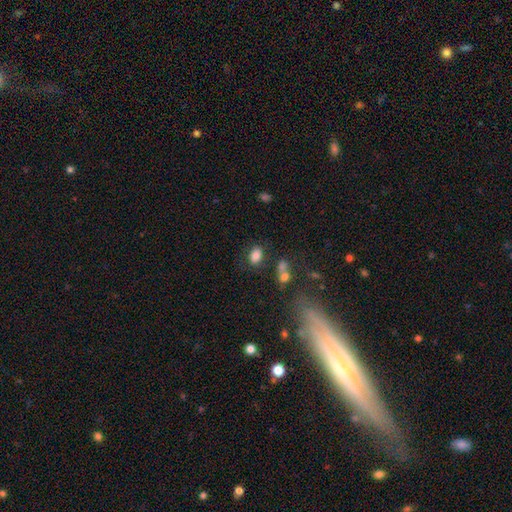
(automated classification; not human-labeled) Overall: smooth (83%). How rounded: in between (81%). Merging: none (71%).